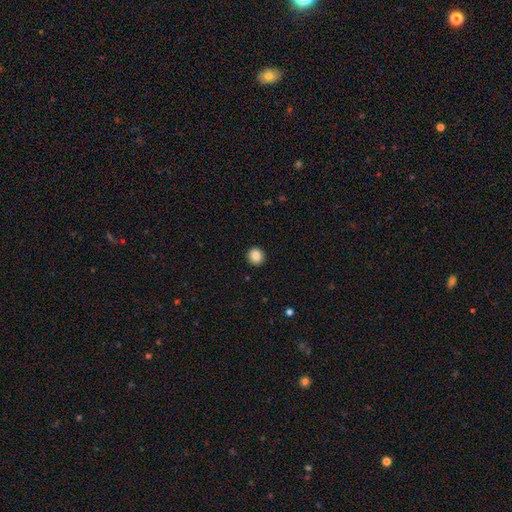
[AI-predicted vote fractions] smooth 88%, star or artifact 9%, featured or disk 3%. Down the decision tree: how rounded — round (90%); merging — none (92%).